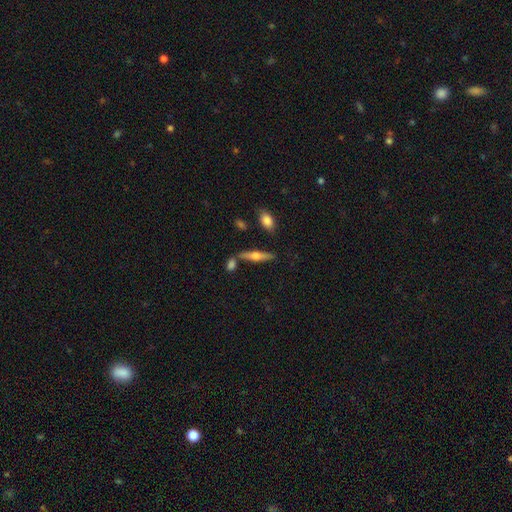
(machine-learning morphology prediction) type=featured or disk (57%); edge-on=yes (95%); edge-on bulge=rounded (93%); merging=none (77%).